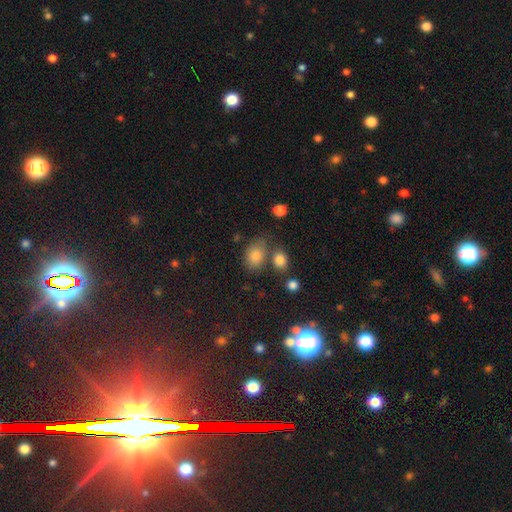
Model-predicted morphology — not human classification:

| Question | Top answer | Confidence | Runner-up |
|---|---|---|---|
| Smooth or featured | smooth | 78% | star or artifact (14%) |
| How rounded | in between | 71% | round (28%) |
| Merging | none | 62% | minor disturbance (17%) |